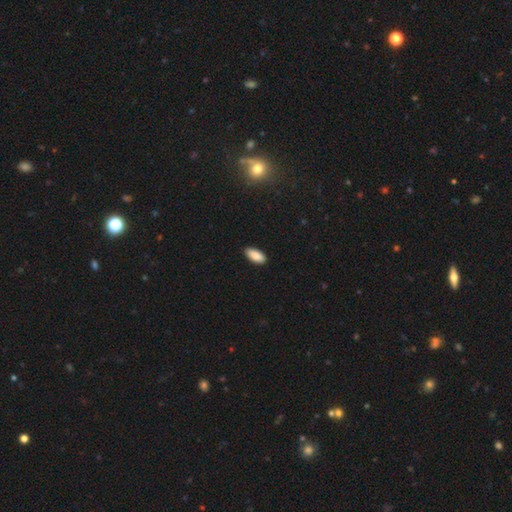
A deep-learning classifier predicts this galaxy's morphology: This is clearly a smooth galaxy (87%). How rounded: clearly in between (90%). Merging: clearly none (88%).